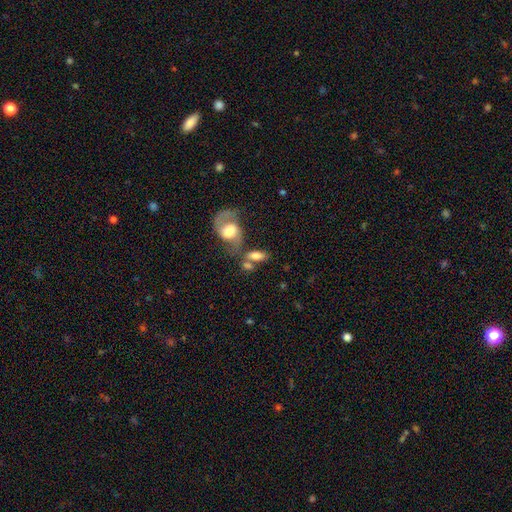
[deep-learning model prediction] Morphology: type=smooth (65%); roundness=in between (82%); merging=none (45%).